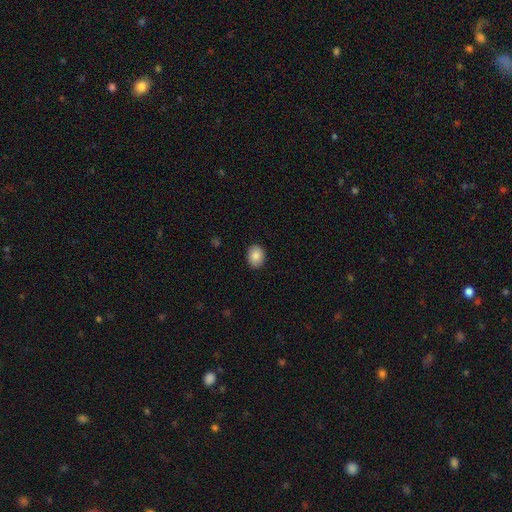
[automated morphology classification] This appears to be a smooth galaxy with no disk features (87%) that is in between round and cigar-shaped (55%). Merging: none (90%).